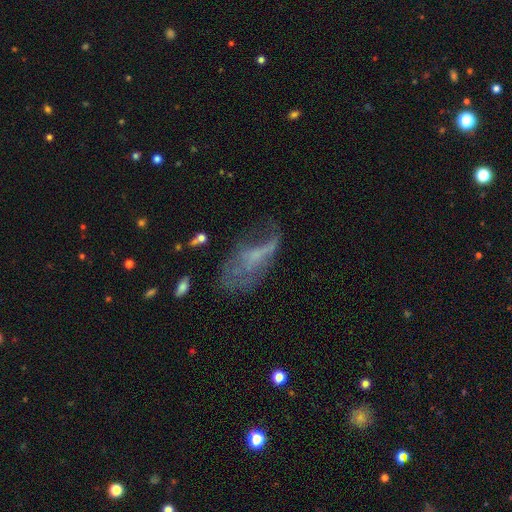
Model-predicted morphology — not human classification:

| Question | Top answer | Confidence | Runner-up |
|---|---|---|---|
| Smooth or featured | featured or disk | 51% | smooth (35%) |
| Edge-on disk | no | 90% | yes (10%) |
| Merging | major disturbance | 44% | none (29%) |